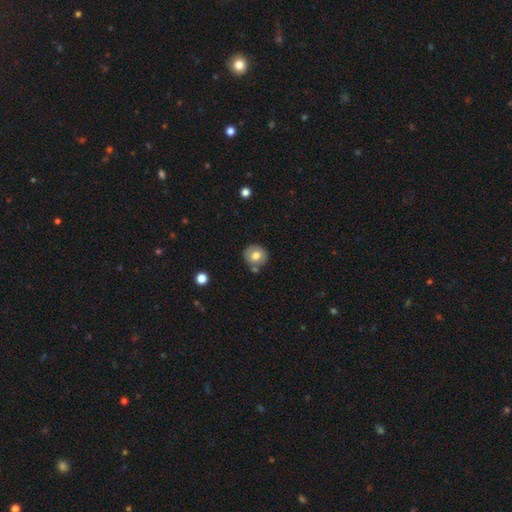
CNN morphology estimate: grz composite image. It shows a smooth galaxy with no disk features (73%) that is round (85%). Merging: none (75%).